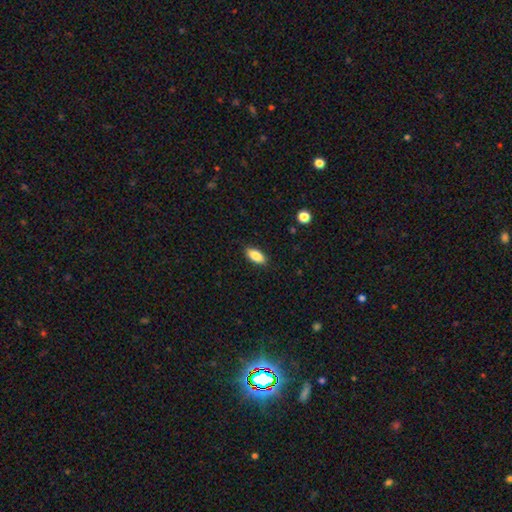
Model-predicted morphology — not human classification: A smooth galaxy with no disk features (85%) that is in between round and cigar-shaped (85%). Merging: none (88%).